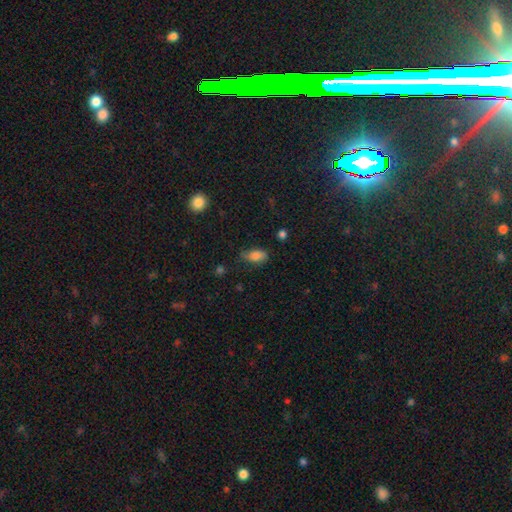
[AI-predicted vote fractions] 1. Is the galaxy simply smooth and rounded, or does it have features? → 83% smooth, 9% star or artifact, 8% featured or disk.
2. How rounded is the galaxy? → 89% in between, 6% cigar-shaped, 4% round.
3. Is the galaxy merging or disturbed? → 61% none, 30% minor disturbance, 7% major disturbance, 2% merger.